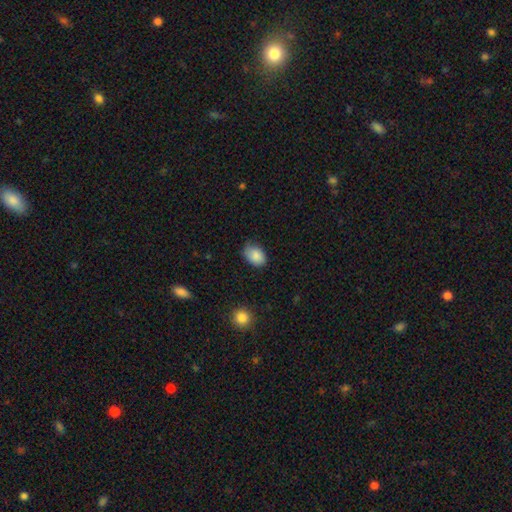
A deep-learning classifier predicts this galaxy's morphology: smooth_or_featured: smooth (p=0.87) [alt: star or artifact p=0.07]
how_rounded: in between (p=0.82) [alt: round p=0.17]
merging: none (p=0.70) [alt: minor disturbance p=0.25]